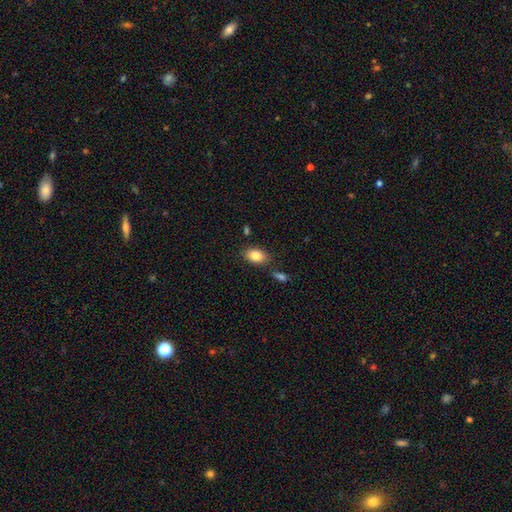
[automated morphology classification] Q: Smooth or featured?
A: smooth (84%); runner-up: star or artifact (8%)
Q: How rounded?
A: in between (83%); runner-up: round (15%)
Q: Merging?
A: none (78%); runner-up: minor disturbance (13%)